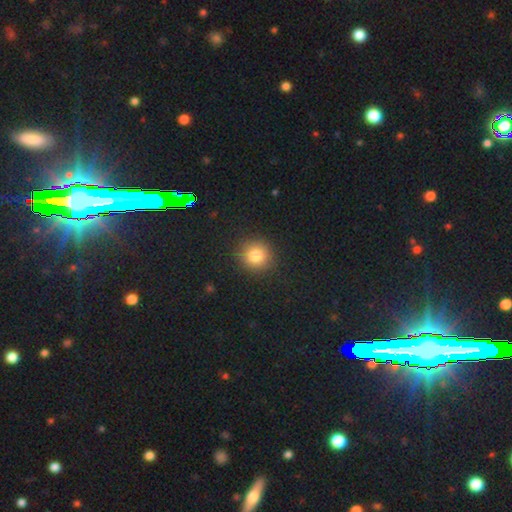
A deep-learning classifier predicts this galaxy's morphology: This appears to be a smooth galaxy with no disk features (81%) that is round (91%). Merging: none (90%).